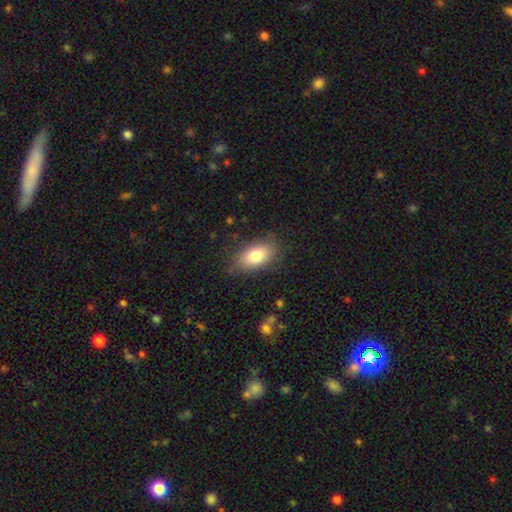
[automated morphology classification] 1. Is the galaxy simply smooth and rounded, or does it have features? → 80% smooth, 13% featured or disk, 7% star or artifact.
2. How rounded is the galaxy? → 91% in between, 6% round, 4% cigar-shaped.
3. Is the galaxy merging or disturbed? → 81% none, 14% minor disturbance, 4% major disturbance, 1% merger.